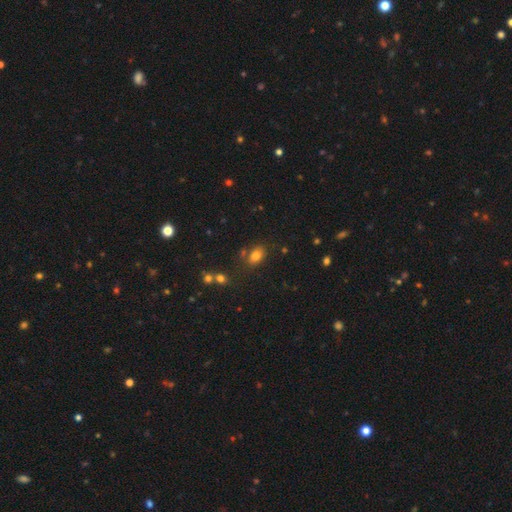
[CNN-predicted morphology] A smooth galaxy with no disk features (79%) that is in between round and cigar-shaped (77%).

Vote fractions:
- Smooth or featured? smooth: 79% / star or artifact: 13% / featured or disk: 8%
- How rounded? in between: 77% / round: 22% / cigar-shaped: 1%
- Merging? none: 72% / minor disturbance: 14% / merger: 9% / major disturbance: 5%